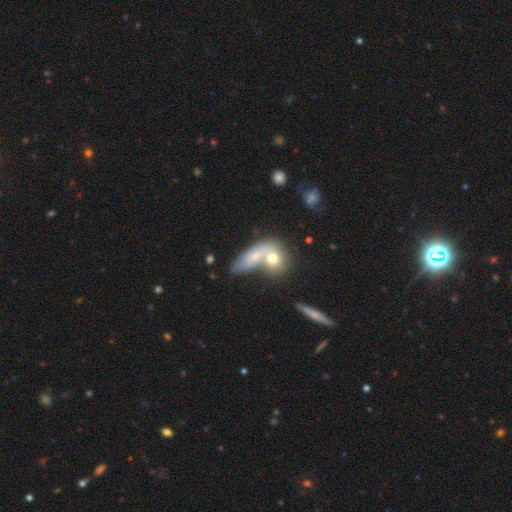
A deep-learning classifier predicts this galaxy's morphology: This is possibly a smooth galaxy (58%). How rounded: possibly in between (57%). Merging: possibly merger (58%).